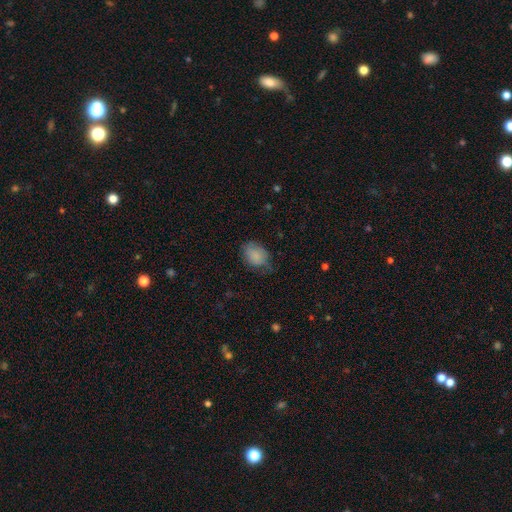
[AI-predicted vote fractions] The model was most divided on "merging": none: 57%, minor disturbance: 32%, major disturbance: 10%, merger: 1%. More confident: smooth or featured — smooth (84%); how rounded — in between (65%).